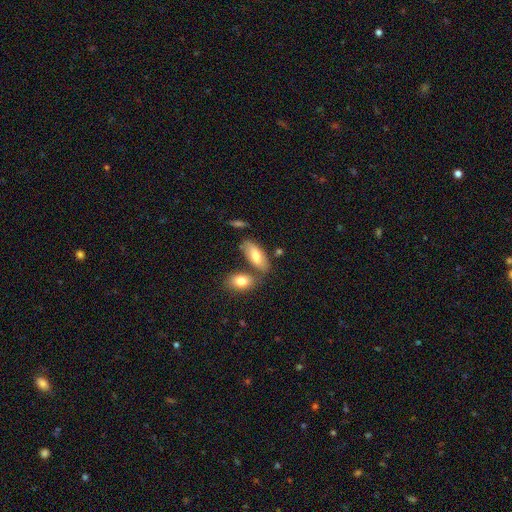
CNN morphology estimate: Smooth or featured?
  - smooth: 72% *
  - featured or disk: 21%
  - star or artifact: 7%
How rounded?
  - in between: 85% *
  - cigar-shaped: 12%
  - round: 3%
Merging?
  - none: 59% *
  - merger: 22%
  - minor disturbance: 15%
  - major disturbance: 4%